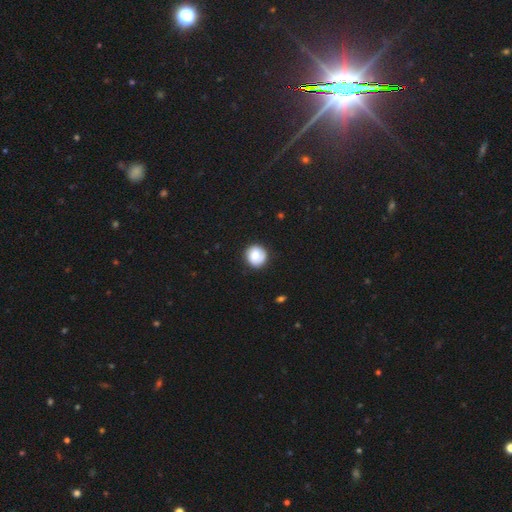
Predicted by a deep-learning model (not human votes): Smooth or featured? Predicted: smooth (p=0.77). How rounded? Predicted: round (p=0.88). Merging? Predicted: none (p=0.84).